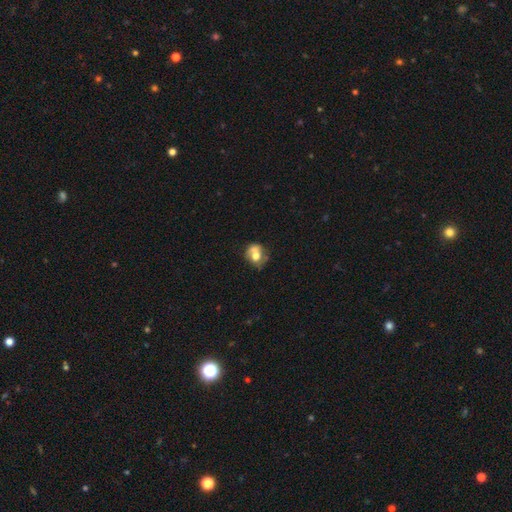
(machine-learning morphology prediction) smooth_or_featured: smooth (p=0.60) [alt: featured or disk p=0.30]
how_rounded: round (p=0.60) [alt: in between p=0.39]
merging: merger (p=0.36) [alt: none p=0.34]